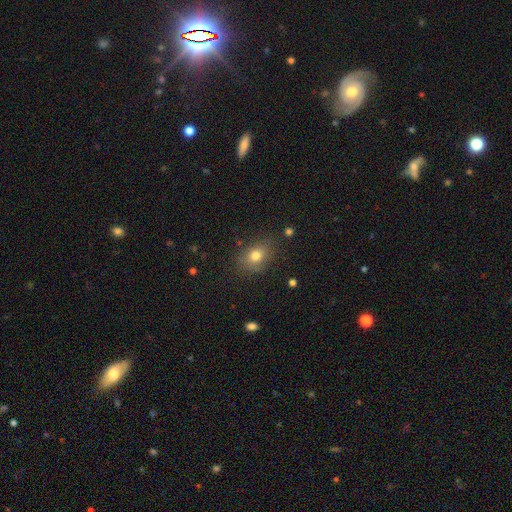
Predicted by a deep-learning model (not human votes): Smooth or featured?
  - smooth: 78% *
  - star or artifact: 12%
  - featured or disk: 10%
How rounded?
  - in between: 64% *
  - round: 35%
  - cigar-shaped: 1%
Merging?
  - none: 77% *
  - minor disturbance: 16%
  - major disturbance: 5%
  - merger: 2%